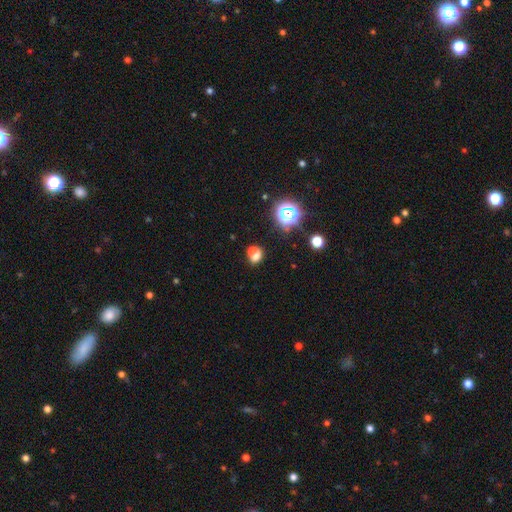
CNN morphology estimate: smooth 66%, star or artifact 18%, featured or disk 16%. Down the decision tree: how rounded — round (59%); merging — merger (54%).